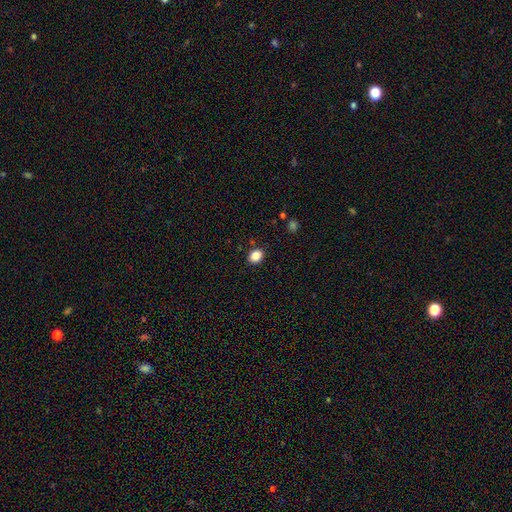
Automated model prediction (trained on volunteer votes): Smooth or featured?
  - smooth: 86% *
  - star or artifact: 10%
  - featured or disk: 4%
How rounded?
  - round: 51% *
  - in between: 48%
  - cigar-shaped: 1%
Merging?
  - none: 88% *
  - minor disturbance: 8%
  - major disturbance: 2%
  - merger: 2%